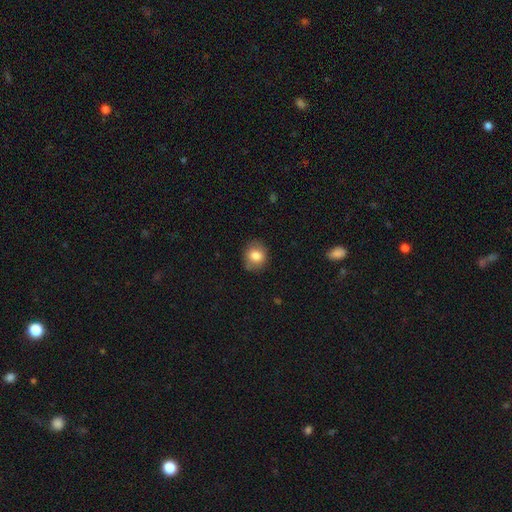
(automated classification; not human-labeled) Morphology: type=smooth (81%); roundness=round (69%); merging=none (82%).